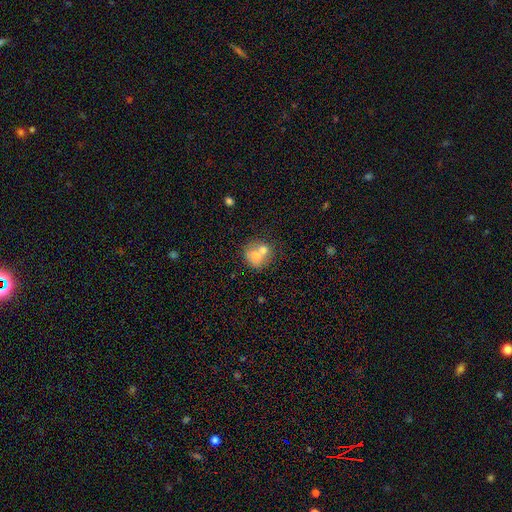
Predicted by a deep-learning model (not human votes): A smooth galaxy with no disk features (66%) that is round (73%).

Vote fractions:
- Smooth or featured? smooth: 66% / featured or disk: 24% / star or artifact: 10%
- How rounded? round: 73% / in between: 26% / cigar-shaped: 1%
- Merging? merger: 57% / none: 32% / minor disturbance: 8% / major disturbance: 3%